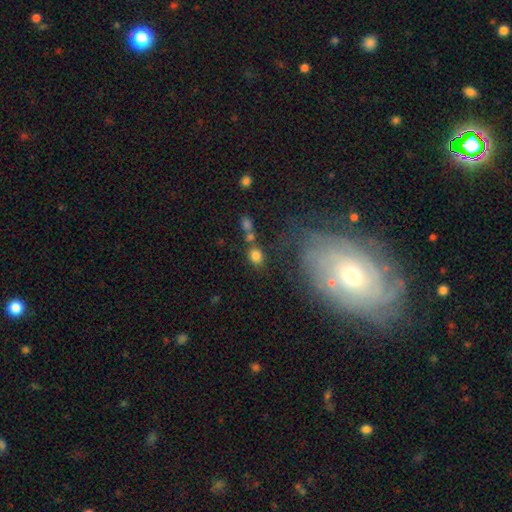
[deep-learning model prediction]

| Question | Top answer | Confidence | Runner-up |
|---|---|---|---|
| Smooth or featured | smooth | 79% | star or artifact (12%) |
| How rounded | round | 63% | in between (35%) |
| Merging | none | 66% | merger (16%) |